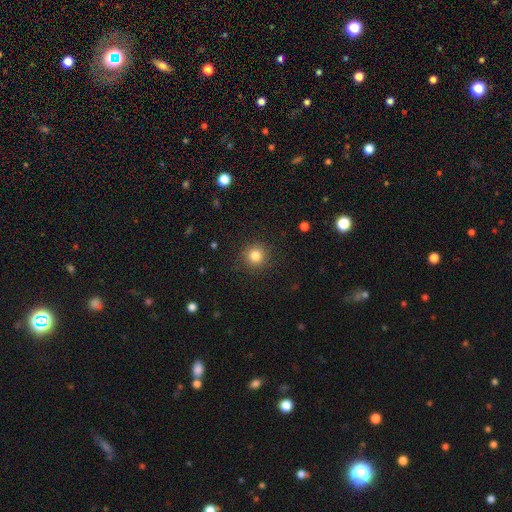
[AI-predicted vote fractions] A smooth galaxy with no disk features (83%) that is round (94%).

Vote fractions:
- Smooth or featured? smooth: 83% / star or artifact: 12% / featured or disk: 6%
- How rounded? round: 94% / in between: 5% / cigar-shaped: 1%
- Merging? none: 90% / minor disturbance: 7% / major disturbance: 2% / merger: 1%